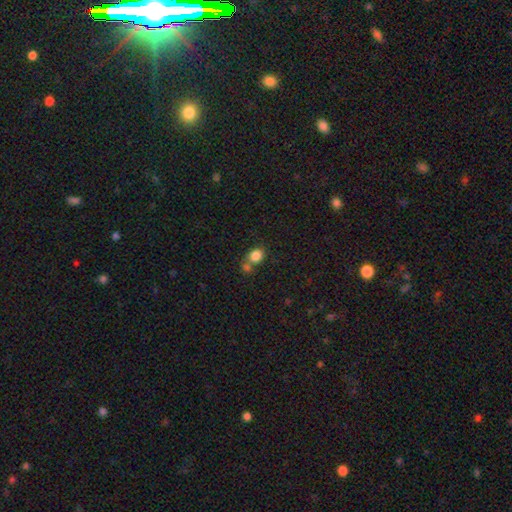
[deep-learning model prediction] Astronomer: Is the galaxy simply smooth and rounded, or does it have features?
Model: smooth — 83%.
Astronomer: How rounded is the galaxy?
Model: round — 56% (runner-up: in between, 43%).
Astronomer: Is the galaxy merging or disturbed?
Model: none — 49% (runner-up: merger, 36%).